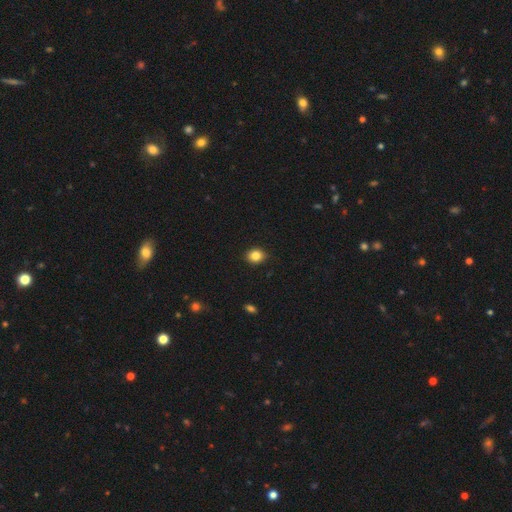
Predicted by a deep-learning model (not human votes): A smooth galaxy with no disk features (84%) that is round (67%).

Vote fractions:
- Smooth or featured? smooth: 84% / star or artifact: 10% / featured or disk: 5%
- How rounded? round: 67% / in between: 32% / cigar-shaped: 1%
- Merging? none: 87% / minor disturbance: 10% / major disturbance: 2% / merger: 1%